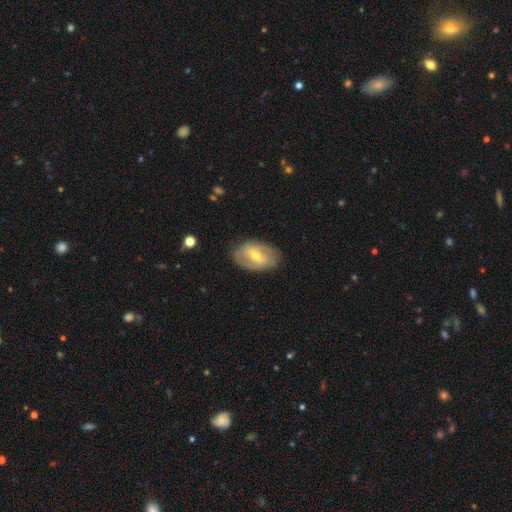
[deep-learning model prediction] smooth_or_featured: featured or disk (p=0.65) [alt: smooth p=0.29]
disk_edge_on: no (p=0.92) [alt: yes p=0.08]
bar: strong (p=0.45) [alt: weak p=0.39]
has_spiral_arms: yes (p=0.51) [alt: no p=0.49]
bulge_size: moderate (p=0.55) [alt: small p=0.41]
merging: none (p=0.80) [alt: minor disturbance p=0.14]